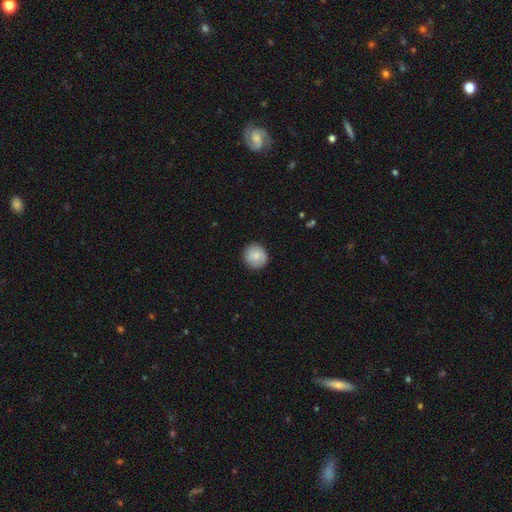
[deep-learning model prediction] A smooth galaxy with no disk features (84%) that is round (92%). Merging: none (89%).